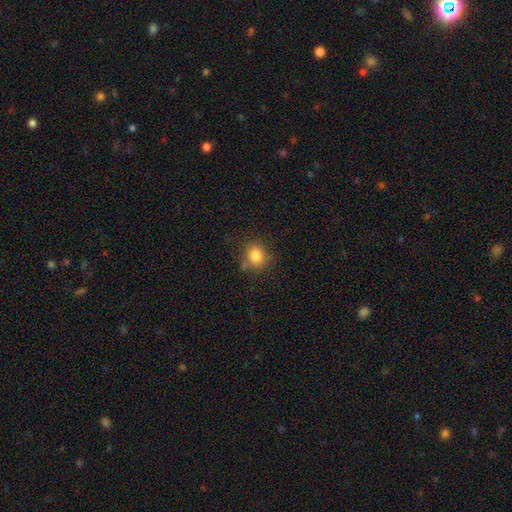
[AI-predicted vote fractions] This is clearly a smooth galaxy (83%). How rounded: likely round (71%). Merging: likely none (71%).